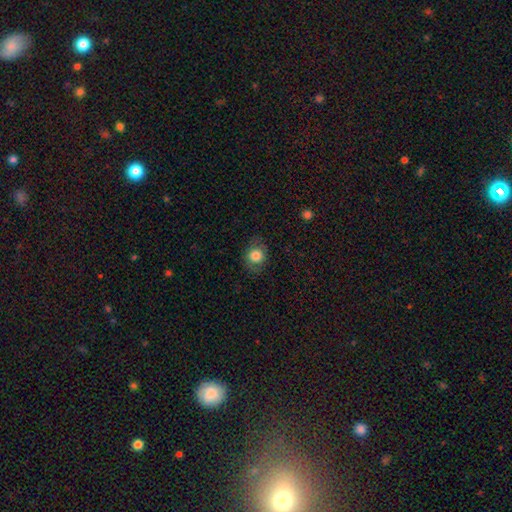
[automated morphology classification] Smooth or featured? Predicted: smooth (p=0.79). How rounded? Predicted: round (p=0.69). Merging? Predicted: none (p=0.79).